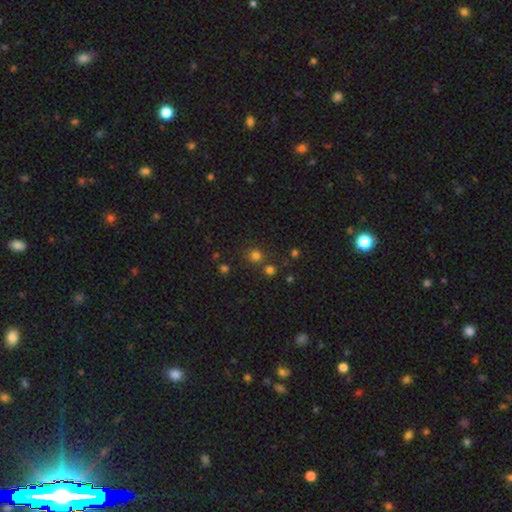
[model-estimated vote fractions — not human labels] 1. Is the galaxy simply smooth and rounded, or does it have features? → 73% smooth, 21% star or artifact, 6% featured or disk.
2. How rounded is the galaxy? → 89% round, 10% in between, 1% cigar-shaped.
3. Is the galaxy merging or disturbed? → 72% none, 16% merger, 8% minor disturbance, 3% major disturbance.